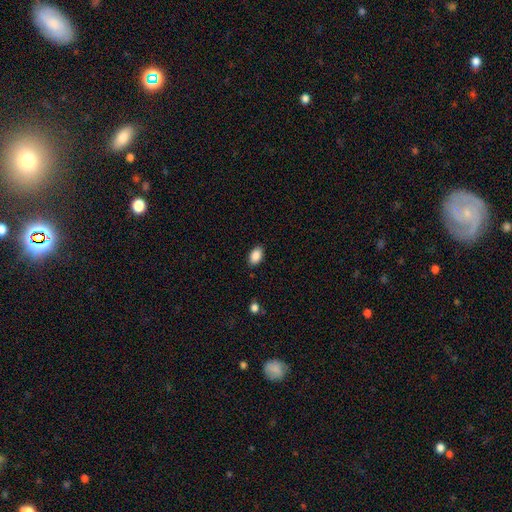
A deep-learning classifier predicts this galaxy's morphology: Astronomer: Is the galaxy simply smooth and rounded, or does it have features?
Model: smooth — 89%.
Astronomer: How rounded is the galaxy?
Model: in between — 91%.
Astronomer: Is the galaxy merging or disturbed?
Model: none — 87%.